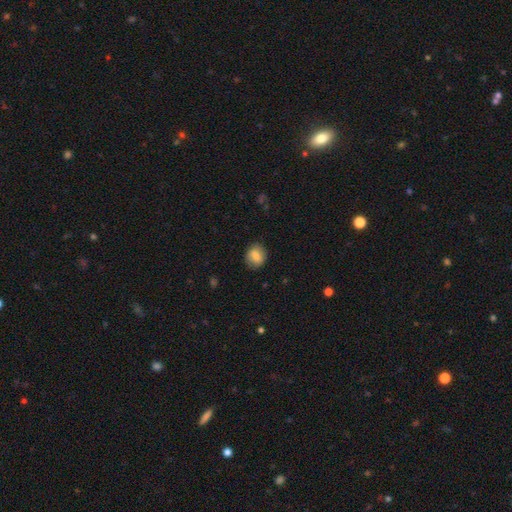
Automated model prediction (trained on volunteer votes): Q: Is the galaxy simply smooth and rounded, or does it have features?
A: smooth — 83%.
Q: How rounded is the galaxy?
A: round — 62%.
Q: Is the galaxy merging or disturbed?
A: none — 83%.